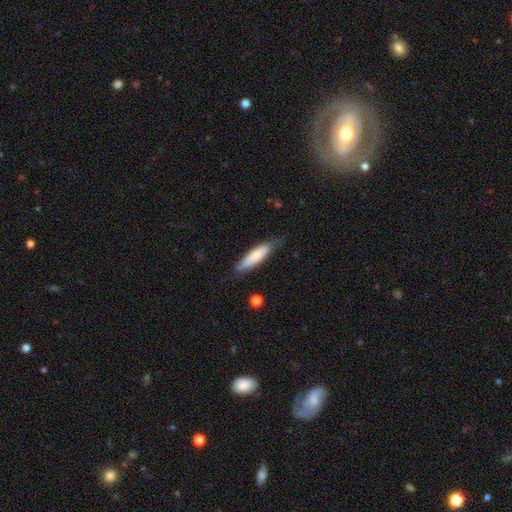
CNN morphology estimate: smooth 70%, featured or disk 24%, star or artifact 6%. Down the decision tree: how rounded — cigar-shaped (71%); merging — none (65%).